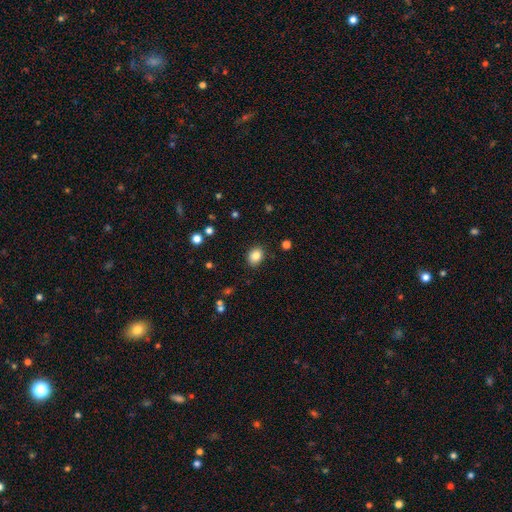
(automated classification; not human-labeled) Overall: smooth (84%). How rounded: in between (57%; round 42%). Merging: none (86%).